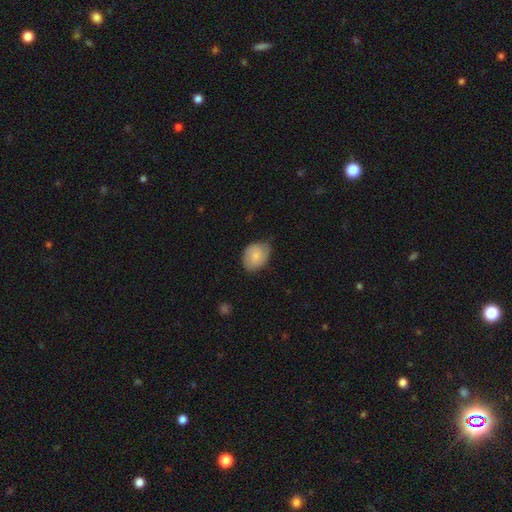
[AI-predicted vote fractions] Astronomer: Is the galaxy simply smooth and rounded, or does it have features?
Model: smooth — 76%.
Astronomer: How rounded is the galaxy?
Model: in between — 63%.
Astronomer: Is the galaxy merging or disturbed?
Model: none — 64%.